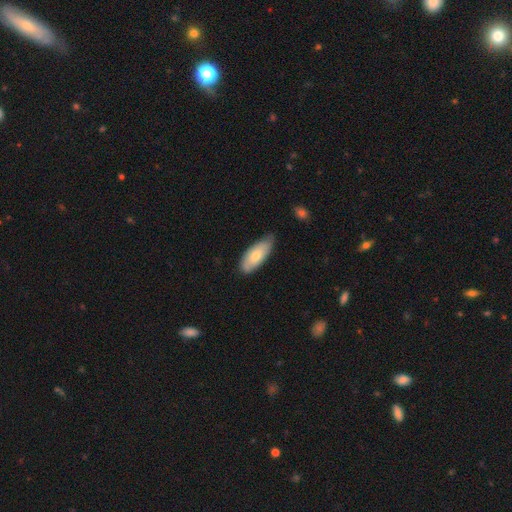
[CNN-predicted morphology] smooth-or-featured: smooth: 70% | featured or disk: 25% | star or artifact: 5%
  how-rounded: in between: 84% | cigar-shaped: 14% | round: 2%
  merging: none: 69% | minor disturbance: 26% | major disturbance: 3% | merger: 2%